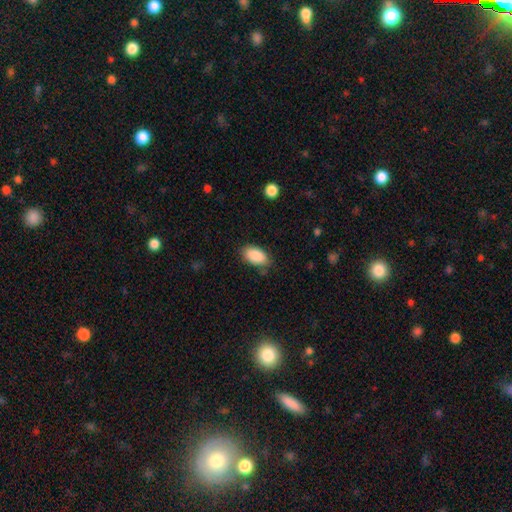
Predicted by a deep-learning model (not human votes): Smooth or featured? Predicted: smooth (p=0.89). How rounded? Predicted: in between (p=0.94). Merging? Predicted: none (p=0.79).